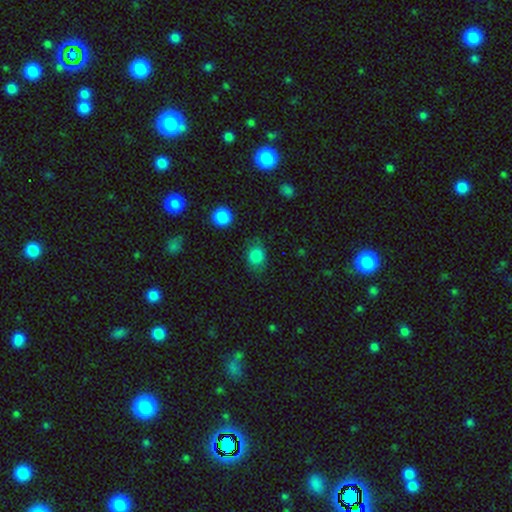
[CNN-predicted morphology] type=smooth (83%); roundness=round (55%); merging=none (74%).